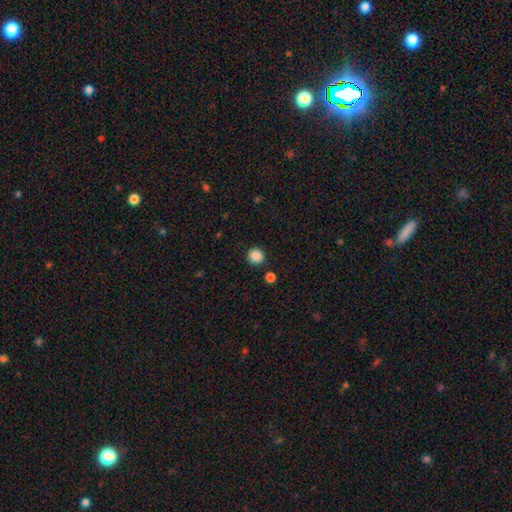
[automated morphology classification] Smooth or featured: smooth — 87% (star or artifact — 10%)
How rounded: round — 93% (in between — 6%)
Merging: none — 89% (minor disturbance — 6%)